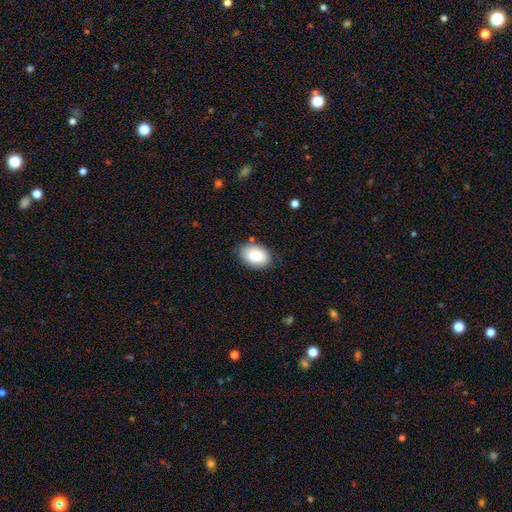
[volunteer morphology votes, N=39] Q: Smooth or featured?
A: smooth (90%); runner-up: featured or disk (8%)
Q: How rounded?
A: in between (89%); runner-up: round (11%)
Q: Merging?
A: none (84%); runner-up: minor disturbance (8%)